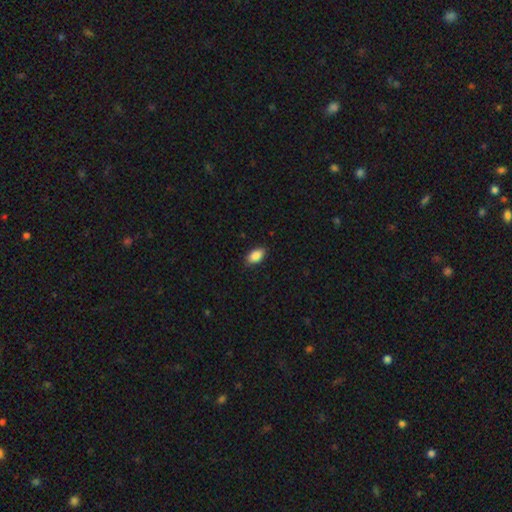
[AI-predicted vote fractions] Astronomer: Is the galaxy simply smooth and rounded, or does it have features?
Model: smooth — 87%.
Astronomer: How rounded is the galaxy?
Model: in between — 93%.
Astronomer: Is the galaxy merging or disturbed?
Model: none — 88%.